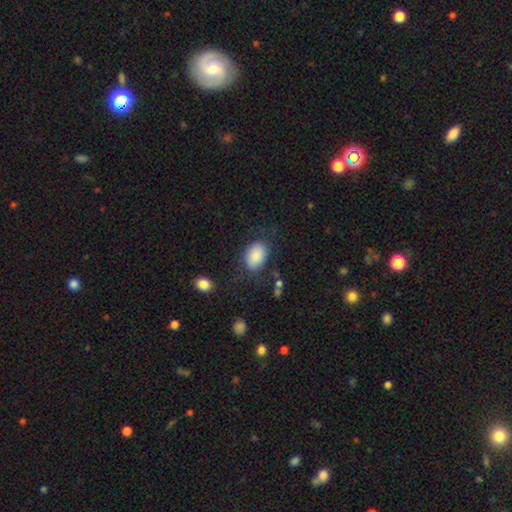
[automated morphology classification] Smooth or featured?
  - smooth: 86% *
  - star or artifact: 7%
  - featured or disk: 7%
How rounded?
  - in between: 85% *
  - round: 14%
  - cigar-shaped: 1%
Merging?
  - none: 69% *
  - minor disturbance: 18%
  - major disturbance: 10%
  - merger: 3%